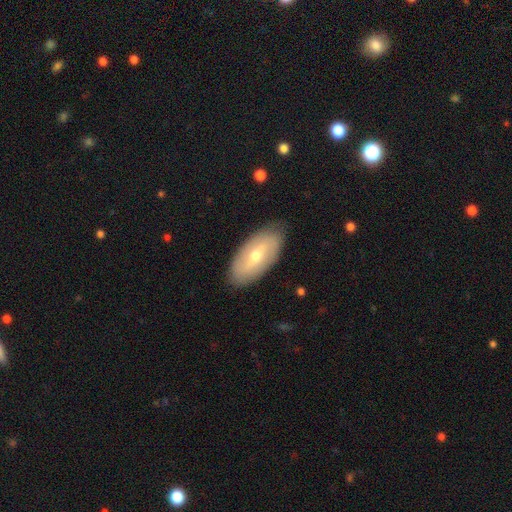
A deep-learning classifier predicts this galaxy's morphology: Smooth or featured: featured or disk — 51% (smooth — 43%)
Edge-on disk: no — 85% (yes — 15%)
Merging: none — 84% (minor disturbance — 12%)